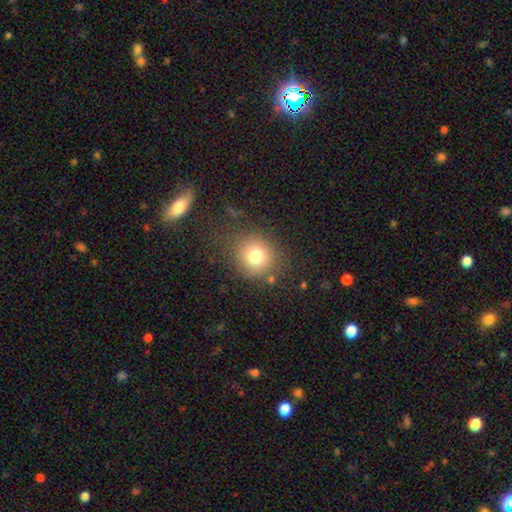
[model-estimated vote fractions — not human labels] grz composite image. It shows a smooth galaxy with no disk features (76%) that is round (87%). Merging: none (79%).